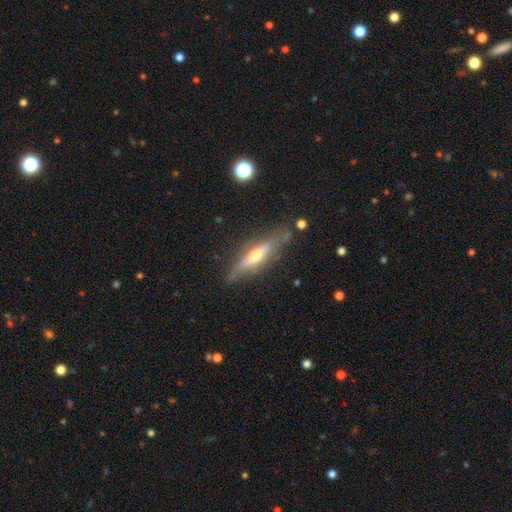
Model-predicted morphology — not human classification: smooth-or-featured: featured or disk: 64% | smooth: 29% | star or artifact: 6%
  disk-edge-on: yes: 87% | no: 13%
    edge-on-bulge: rounded: 82% | none: 10% | boxy: 8%
  merging: none: 73% | minor disturbance: 19% | major disturbance: 6% | merger: 3%